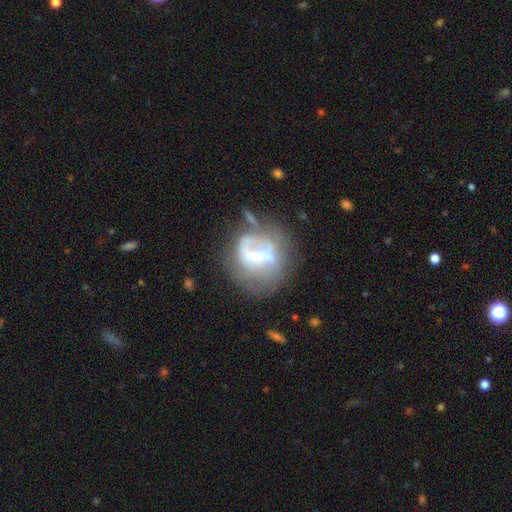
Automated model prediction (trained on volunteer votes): Morphology: type=featured or disk (60%); edge-on=no (97%); bar=no (53%); spiral arms=no (68%); bulge=moderate (34%); merging=none (36%).